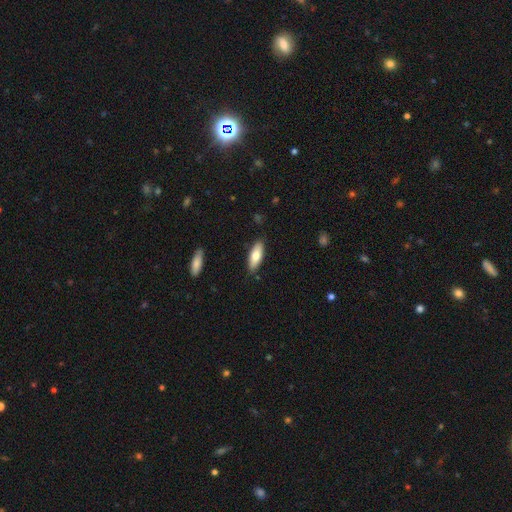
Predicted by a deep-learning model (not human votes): Overall: smooth (75%). How rounded: in between (69%; cigar-shaped 29%). Merging: none (87%).